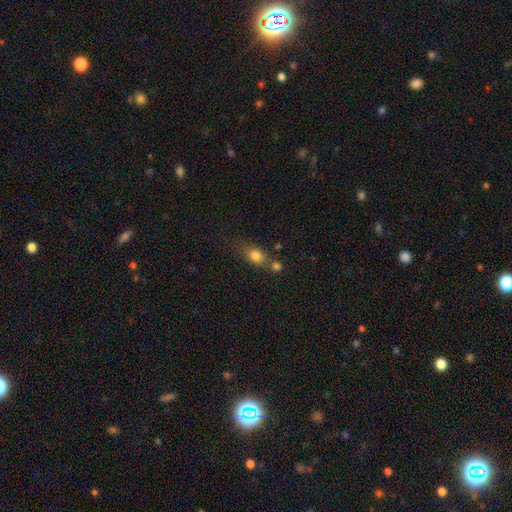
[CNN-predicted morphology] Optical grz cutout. It shows a smooth galaxy with no disk features (79%) that is in between round and cigar-shaped (58%). Merging: none (42%).